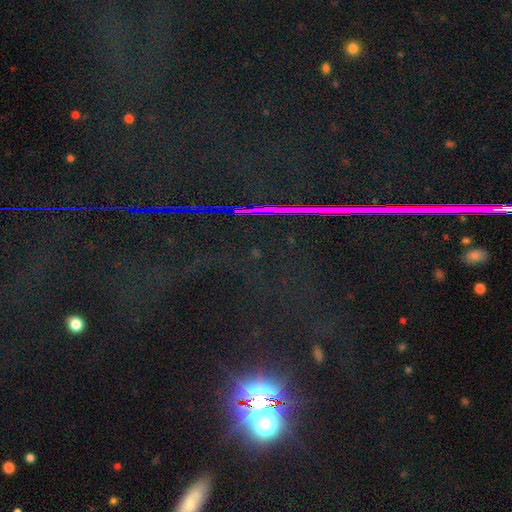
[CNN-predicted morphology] Q: Smooth or featured?
A: star or artifact (78%); runner-up: smooth (13%)